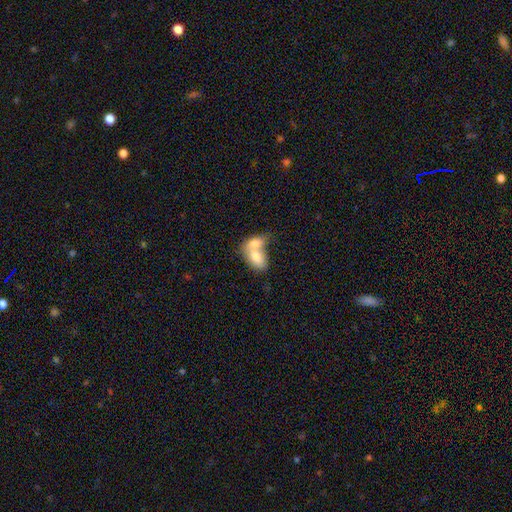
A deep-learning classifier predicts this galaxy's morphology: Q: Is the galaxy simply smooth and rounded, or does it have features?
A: smooth — 74%.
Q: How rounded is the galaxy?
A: in between — 86%.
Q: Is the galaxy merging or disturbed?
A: merger — 76%.